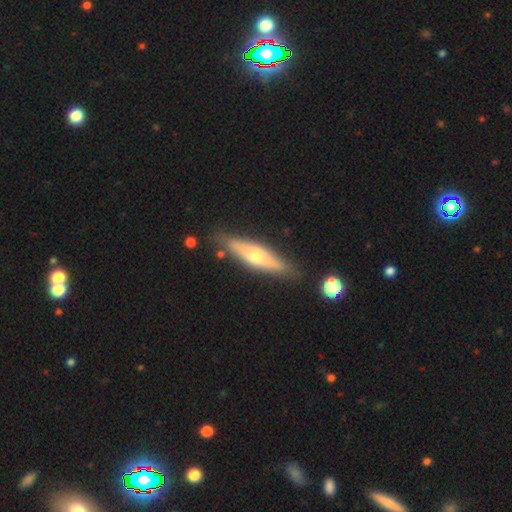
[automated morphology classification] type=featured or disk (53%); edge-on=yes (88%); merging=none (83%).